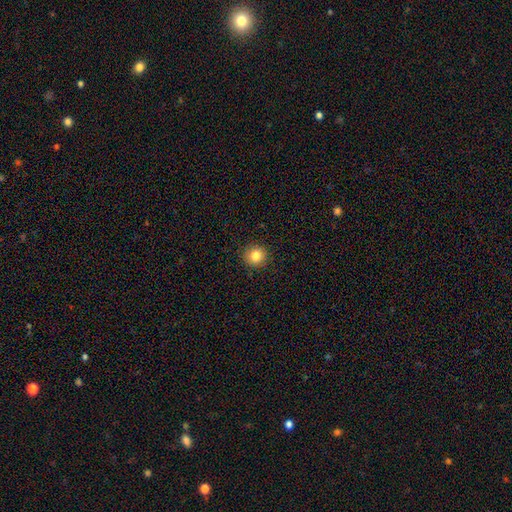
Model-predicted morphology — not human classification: Smooth or featured?
  - smooth: 83% *
  - star or artifact: 10%
  - featured or disk: 6%
How rounded?
  - round: 92% *
  - in between: 7%
  - cigar-shaped: 1%
Merging?
  - none: 91% *
  - minor disturbance: 6%
  - major disturbance: 2%
  - merger: 1%